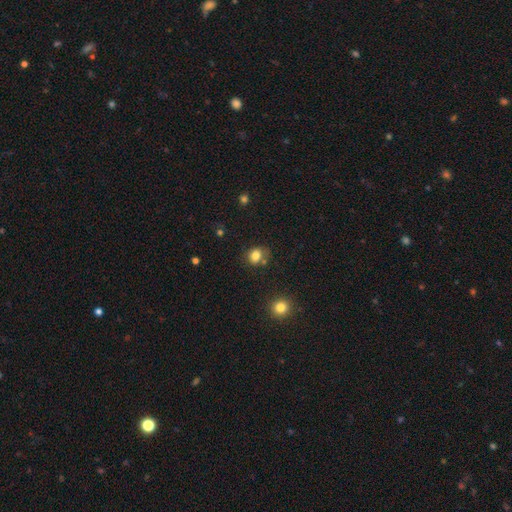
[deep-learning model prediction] Q: Smooth or featured?
A: smooth (81%); runner-up: star or artifact (12%)
Q: How rounded?
A: round (50%); runner-up: in between (49%)
Q: Merging?
A: none (66%); runner-up: minor disturbance (19%)